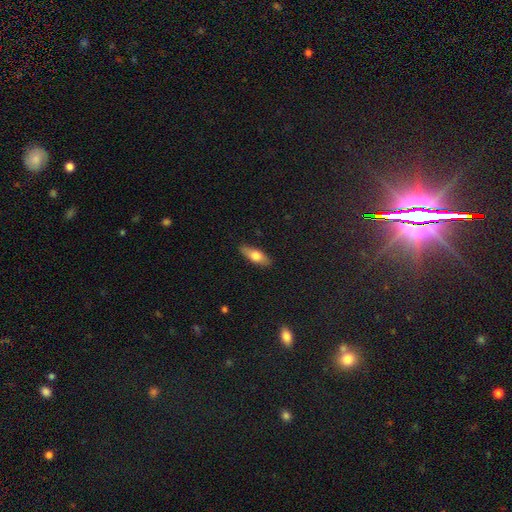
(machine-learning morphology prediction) Smooth or featured? smooth (64%)
How rounded? in between (63%)
Merging? none (88%)